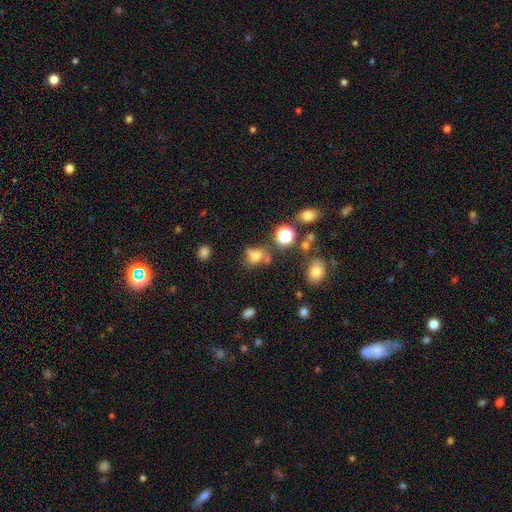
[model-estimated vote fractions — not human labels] Smooth or featured: smooth — 63% (star or artifact — 22%)
How rounded: in between — 52% (round — 46%)
Merging: none — 45% (merger — 22%)